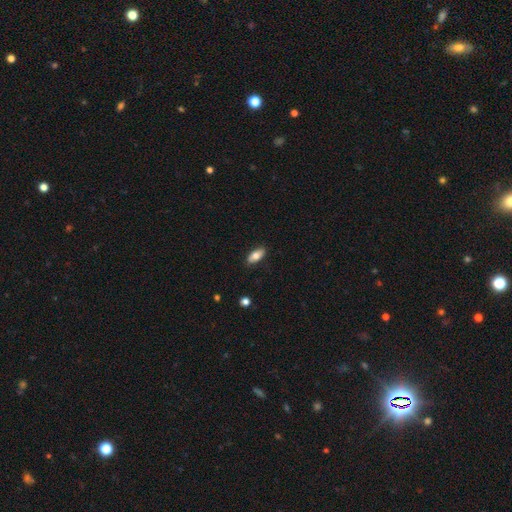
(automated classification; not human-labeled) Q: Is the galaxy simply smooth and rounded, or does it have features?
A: smooth — 74%.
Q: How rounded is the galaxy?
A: in between — 87%.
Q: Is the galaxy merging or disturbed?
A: none — 86%.